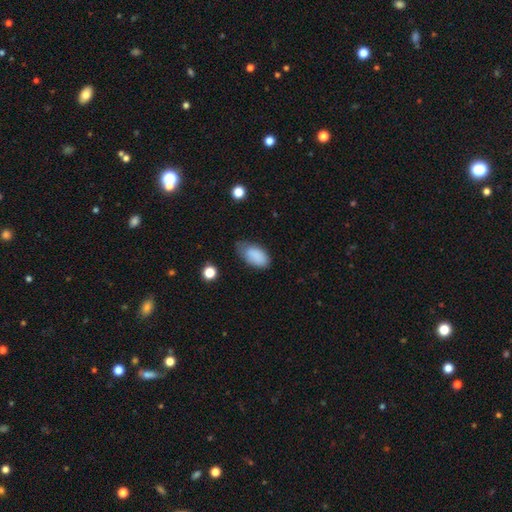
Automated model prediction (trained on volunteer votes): A smooth galaxy with no disk features (86%) that is in between round and cigar-shaped (94%).

Vote fractions:
- Smooth or featured? smooth: 86% / star or artifact: 7% / featured or disk: 7%
- How rounded? in between: 94% / round: 3% / cigar-shaped: 3%
- Merging? none: 54% / minor disturbance: 35% / major disturbance: 9% / merger: 2%